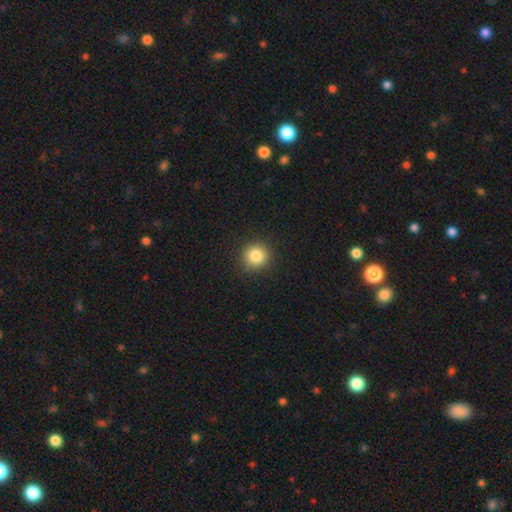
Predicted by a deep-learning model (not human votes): A smooth galaxy with no disk features (84%) that is round (93%).

Vote fractions:
- Smooth or featured? smooth: 84% / star or artifact: 11% / featured or disk: 6%
- How rounded? round: 93% / in between: 6% / cigar-shaped: 1%
- Merging? none: 91% / minor disturbance: 6% / major disturbance: 2% / merger: 1%